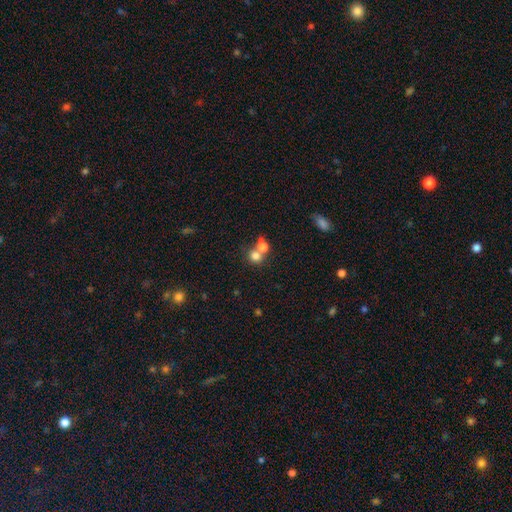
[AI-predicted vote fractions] smooth-or-featured: smooth: 75% | star or artifact: 13% | featured or disk: 12%
  how-rounded: round: 77% | in between: 22% | cigar-shaped: 1%
  merging: merger: 51% | none: 38% | minor disturbance: 7% | major disturbance: 4%